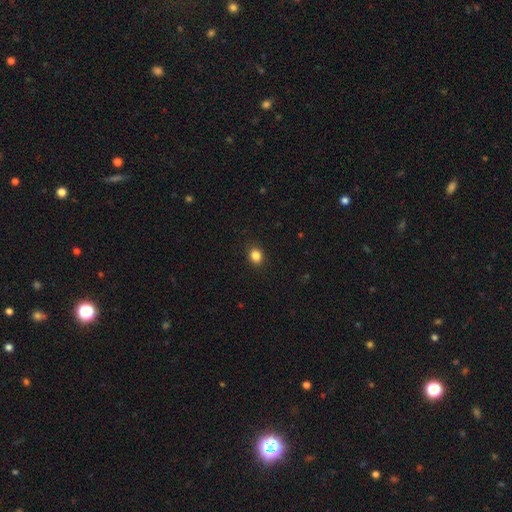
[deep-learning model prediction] A smooth galaxy with no disk features (85%) that is round (57%).

Vote fractions:
- Smooth or featured? smooth: 85% / star or artifact: 11% / featured or disk: 4%
- How rounded? round: 57% / in between: 42% / cigar-shaped: 1%
- Merging? none: 90% / minor disturbance: 7% / major disturbance: 2% / merger: 1%